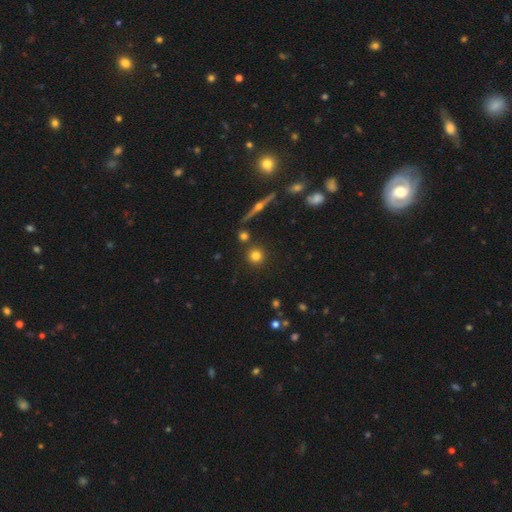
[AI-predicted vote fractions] This appears to be a smooth galaxy with no disk features (75%) that is round (94%). Merging: none (86%).